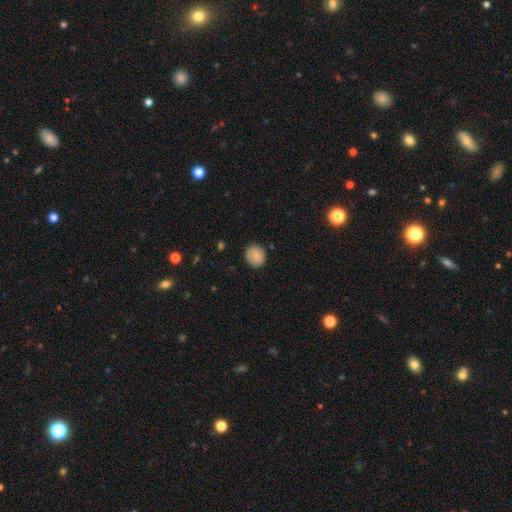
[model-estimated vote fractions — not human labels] Overall: smooth (86%). How rounded: round (83%). Merging: none (88%).